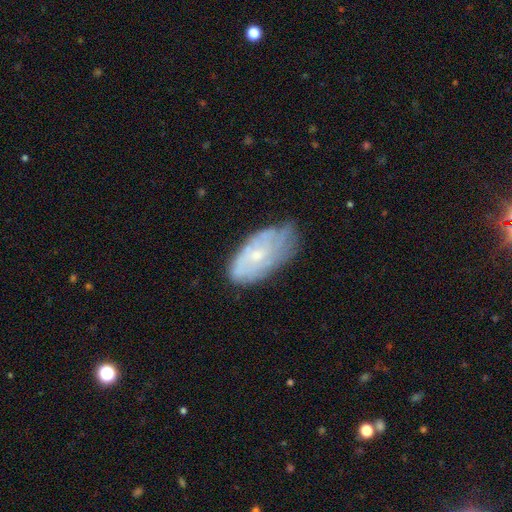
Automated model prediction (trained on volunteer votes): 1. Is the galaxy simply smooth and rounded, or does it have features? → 56% featured or disk, 36% smooth, 8% star or artifact.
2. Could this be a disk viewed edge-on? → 93% no, 7% yes.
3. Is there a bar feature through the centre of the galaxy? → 76% no, 20% weak, 3% strong.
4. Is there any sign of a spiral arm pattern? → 60% yes, 40% no.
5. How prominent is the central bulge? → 70% small, 24% moderate, 4% none, 1% large, 1% dominant.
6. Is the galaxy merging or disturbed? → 51% none, 35% minor disturbance, 12% major disturbance, 2% merger.